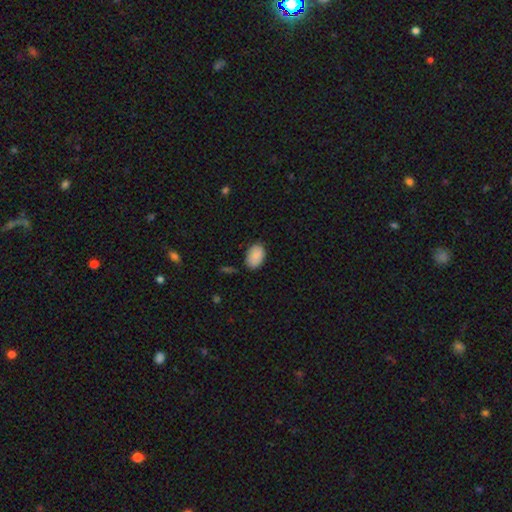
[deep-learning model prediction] Smooth or featured? Predicted: smooth (p=0.88). How rounded? Predicted: in between (p=0.88). Merging? Predicted: none (p=0.79).